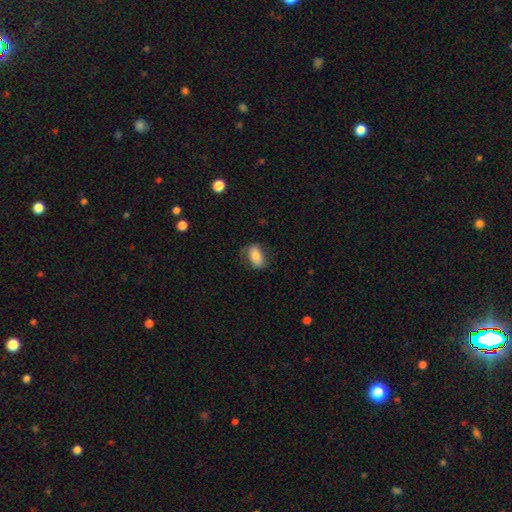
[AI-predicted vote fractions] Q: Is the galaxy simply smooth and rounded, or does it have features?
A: smooth — 77%.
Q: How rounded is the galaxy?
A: in between — 89%.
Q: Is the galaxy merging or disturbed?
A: none — 66%.